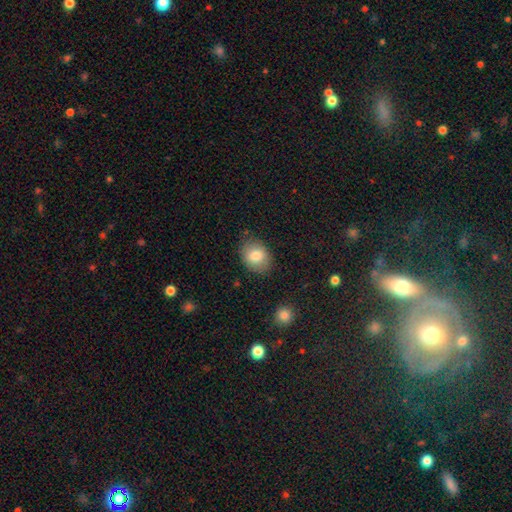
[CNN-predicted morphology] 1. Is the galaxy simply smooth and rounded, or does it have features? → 82% smooth, 10% featured or disk, 8% star or artifact.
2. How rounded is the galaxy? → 60% in between, 40% round, 1% cigar-shaped.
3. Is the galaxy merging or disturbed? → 80% none, 14% minor disturbance, 3% major disturbance, 2% merger.